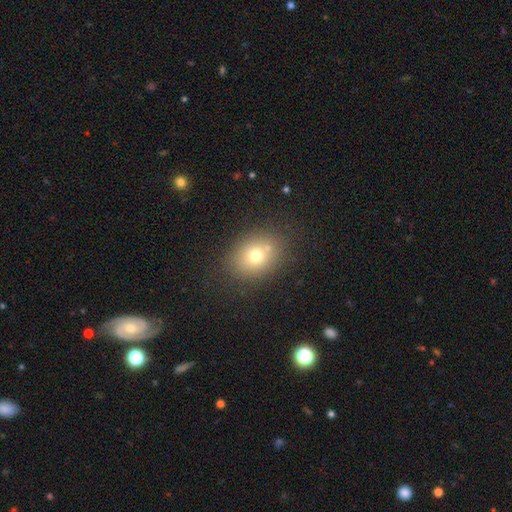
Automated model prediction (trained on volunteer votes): Smooth or featured?
  - smooth: 71% *
  - featured or disk: 15%
  - star or artifact: 15%
How rounded?
  - in between: 50% *
  - round: 49%
  - cigar-shaped: 1%
Merging?
  - none: 75% *
  - minor disturbance: 12%
  - merger: 9%
  - major disturbance: 4%